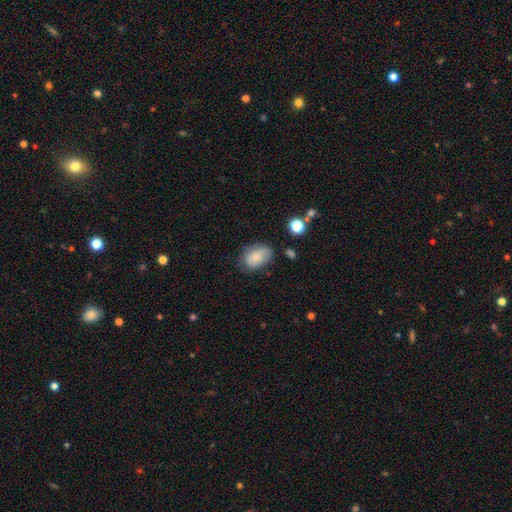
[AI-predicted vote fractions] Smooth or featured?
  - smooth: 80% *
  - featured or disk: 12%
  - star or artifact: 8%
How rounded?
  - in between: 85% *
  - round: 13%
  - cigar-shaped: 1%
Merging?
  - none: 63% *
  - minor disturbance: 27%
  - major disturbance: 7%
  - merger: 3%